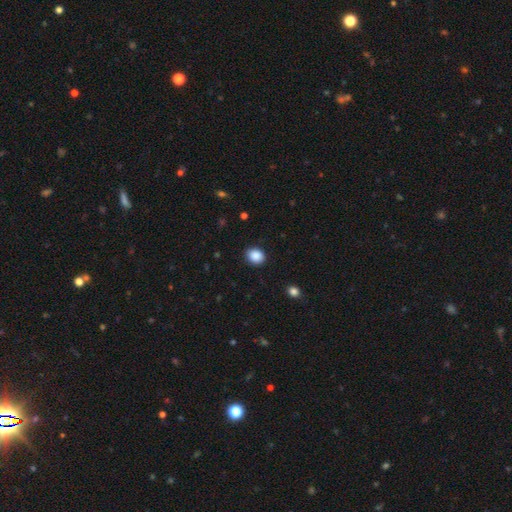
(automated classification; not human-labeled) The model was most divided on "how rounded": round: 65%, in between: 34%, cigar-shaped: 1%. More confident: merging — none (89%); smooth or featured — smooth (89%).